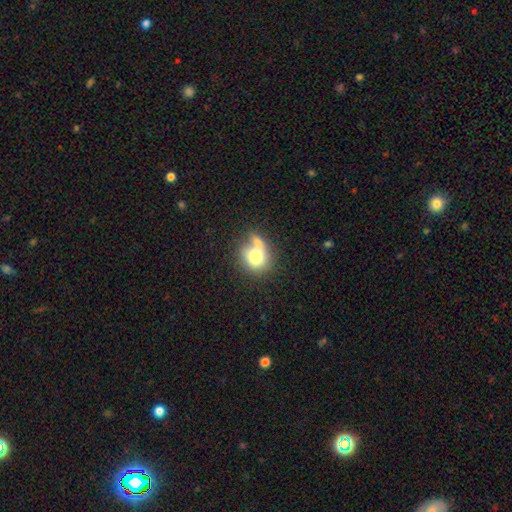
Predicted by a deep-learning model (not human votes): A smooth galaxy with no disk features (75%) that is round (69%).

Vote fractions:
- Smooth or featured? smooth: 75% / featured or disk: 16% / star or artifact: 9%
- How rounded? round: 69% / in between: 30% / cigar-shaped: 1%
- Merging? none: 37% / merger: 35% / minor disturbance: 17% / major disturbance: 12%